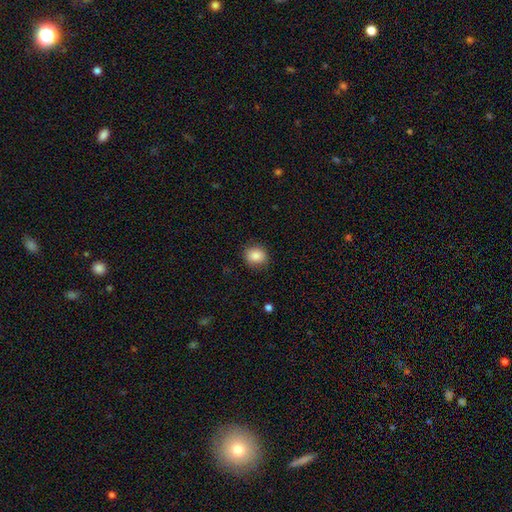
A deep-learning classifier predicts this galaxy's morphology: Smooth or featured?
  - smooth: 87% *
  - star or artifact: 9%
  - featured or disk: 5%
How rounded?
  - round: 67% *
  - in between: 32%
  - cigar-shaped: 1%
Merging?
  - none: 84% *
  - minor disturbance: 12%
  - major disturbance: 3%
  - merger: 1%